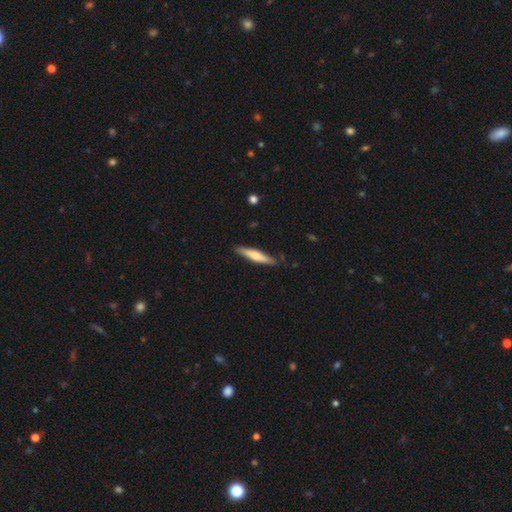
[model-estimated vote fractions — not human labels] A smooth galaxy with no disk features (58%) that is cigar-shaped (87%). Merging: none (85%).